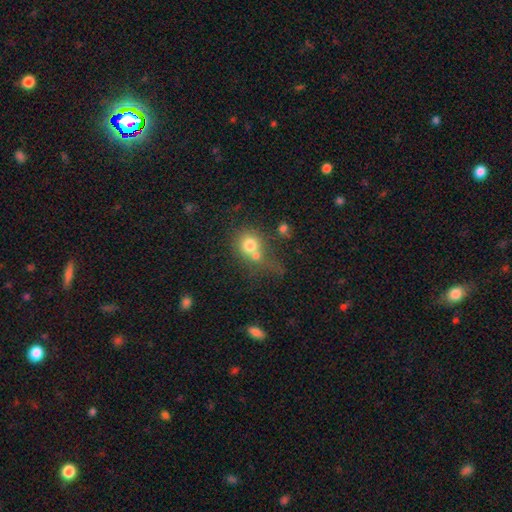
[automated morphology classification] This is likely a smooth galaxy (73%). How rounded: likely round (78%). Merging: possibly merger (50%).